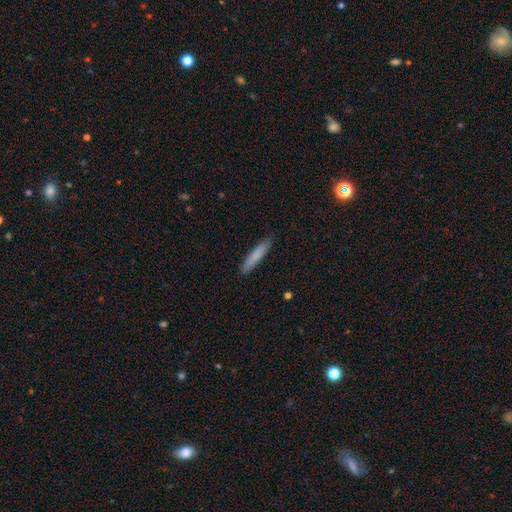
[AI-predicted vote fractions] Morphology: type=smooth (80%); roundness=cigar-shaped (92%); merging=none (89%).